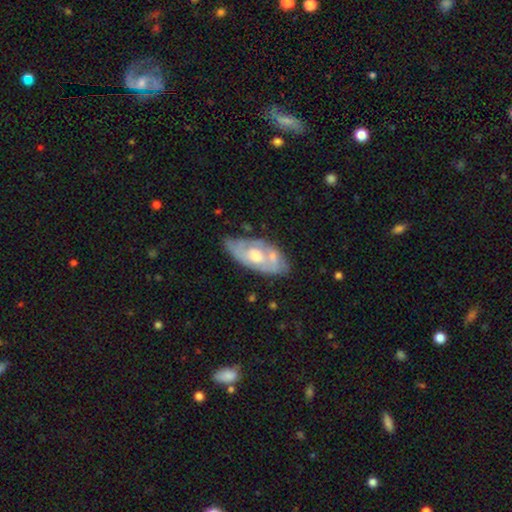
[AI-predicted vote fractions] Overall: featured or disk (68%). Edge-on disk: no (89%). Bar: no (76%). Spiral arms: yes (61%; no 39%). Bulge size: moderate (67%). Merging: none (54%; minor disturbance 28%).